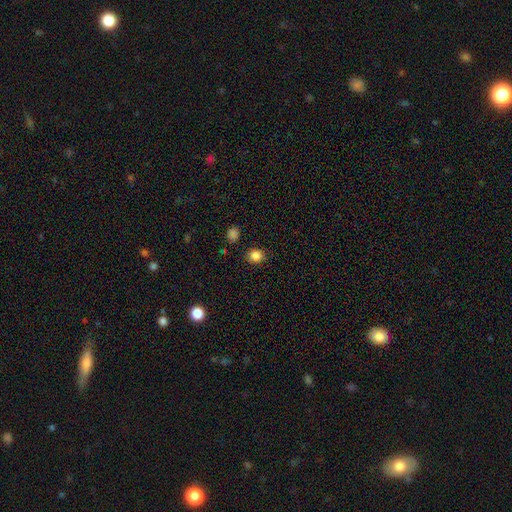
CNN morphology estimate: A smooth galaxy with no disk features (85%) that is round (76%). Merging: none (87%).